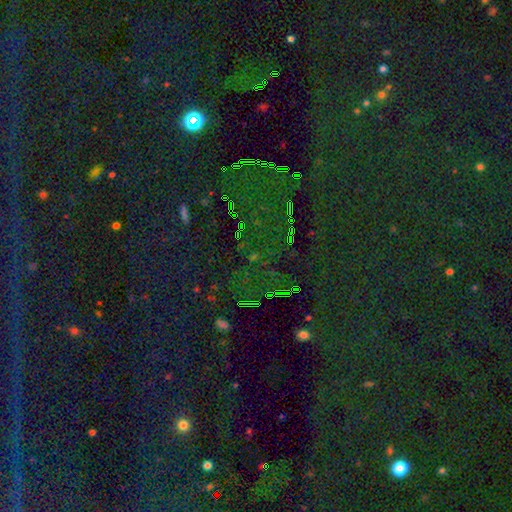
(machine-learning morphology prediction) The model was most divided on "smooth or featured": star or artifact: 82%, smooth: 10%, featured or disk: 7%.